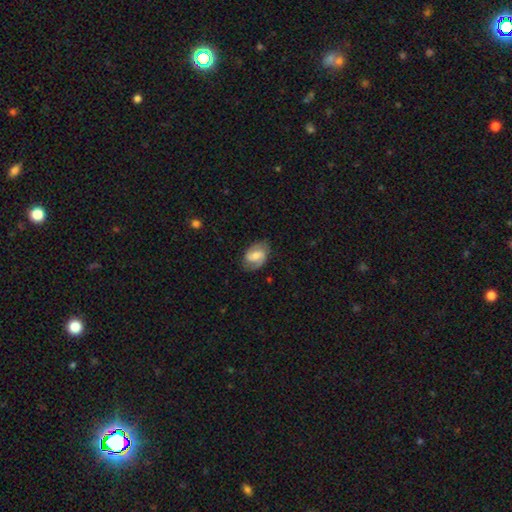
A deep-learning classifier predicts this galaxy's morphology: A featured or disk galaxy (64%) with a weak bar (50%), 2 (87%) medium (47%) spiral arms (90%) and a moderate central bulge (45%).

Vote fractions:
- Smooth or featured? featured or disk: 64% / smooth: 29% / star or artifact: 7%
- Edge-on disk? no: 97% / yes: 3%
- Bar? weak: 50% / no: 25% / strong: 25%
- Spiral arms? yes: 90% / no: 10%
- Spiral winding? medium: 47% / tight: 26% / loose: 26%
- Spiral arm count? 2: 87% / can't tell: 7% / 1: 3% / 3: 1% / 4: 1% / more than 4: 1%
- Bulge size? moderate: 45% / small: 37% / none: 9% / large: 8% / dominant: 1%
- Merging? none: 79% / minor disturbance: 15% / major disturbance: 5% / merger: 1%